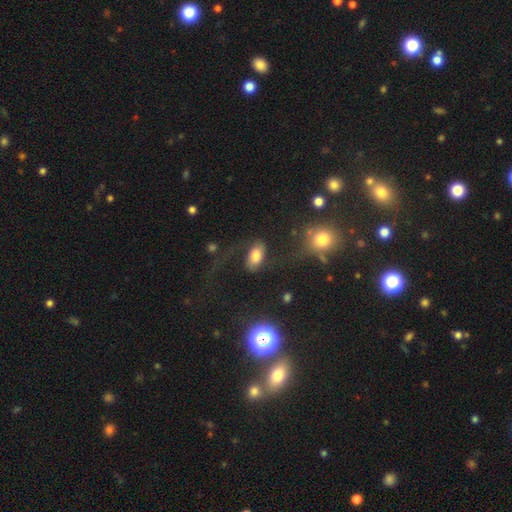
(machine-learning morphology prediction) Q: Smooth or featured?
A: smooth (58%); runner-up: featured or disk (30%)
Q: How rounded?
A: in between (91%); runner-up: round (6%)
Q: Merging?
A: none (53%); runner-up: major disturbance (25%)